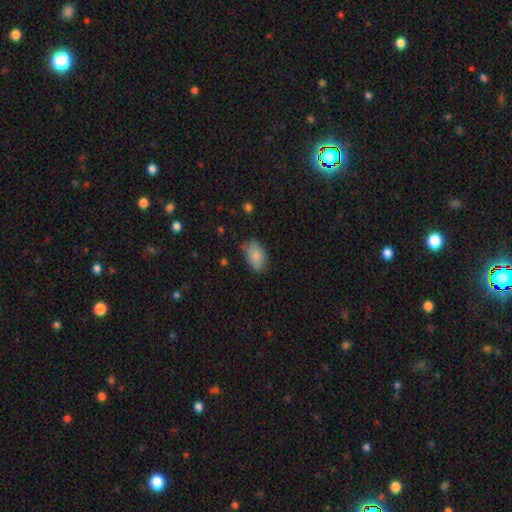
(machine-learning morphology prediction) Overall: smooth (78%). How rounded: in between (89%). Merging: none (64%; minor disturbance 28%).